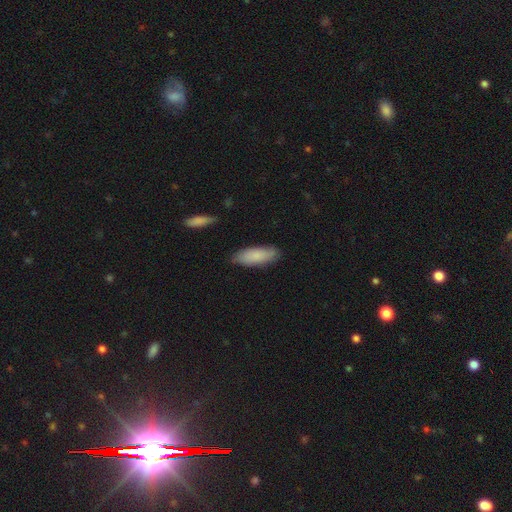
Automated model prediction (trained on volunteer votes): smooth-or-featured: smooth: 83% | featured or disk: 11% | star or artifact: 6%
  how-rounded: in between: 67% | cigar-shaped: 31% | round: 2%
  merging: none: 83% | minor disturbance: 13% | major disturbance: 2% | merger: 2%